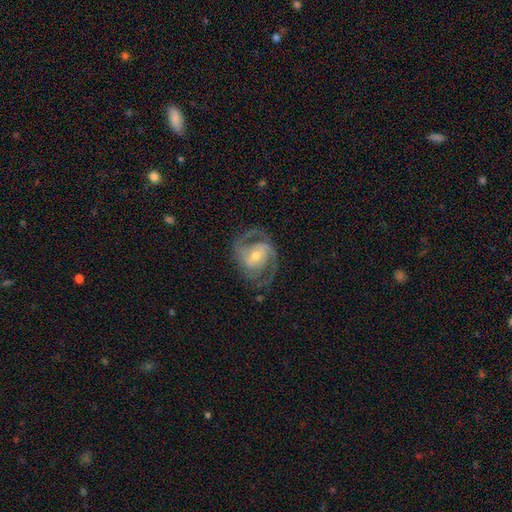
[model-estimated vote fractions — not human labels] Smooth or featured? featured or disk (88%)
Edge-on disk? no (97%)
Bar? weak (43%)
Spiral arms? yes (96%)
Spiral winding? medium (55%)
Spiral arm count? 2 (78%)
Bulge size? moderate (57%)
Merging? none (72%)